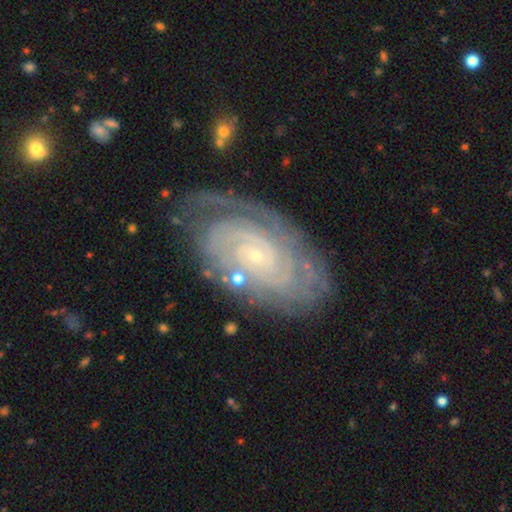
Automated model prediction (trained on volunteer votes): Q: Smooth or featured?
A: featured or disk (86%); runner-up: smooth (7%)
Q: Edge-on disk?
A: no (96%); runner-up: yes (4%)
Q: Bar?
A: no (77%); runner-up: weak (17%)
Q: Spiral arms?
A: yes (97%); runner-up: no (3%)
Q: Spiral winding?
A: tight (83%); runner-up: medium (14%)
Q: Spiral arm count?
A: can't tell (30%); runner-up: 2 (24%)
Q: Bulge size?
A: small (88%); runner-up: moderate (8%)
Q: Merging?
A: none (73%); runner-up: minor disturbance (18%)